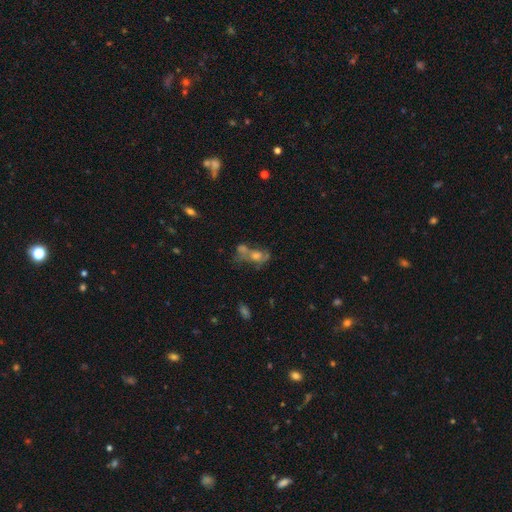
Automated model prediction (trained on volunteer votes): smooth 40%, featured or disk 34%, star or artifact 26%. Down the decision tree: merging — merger (42%).